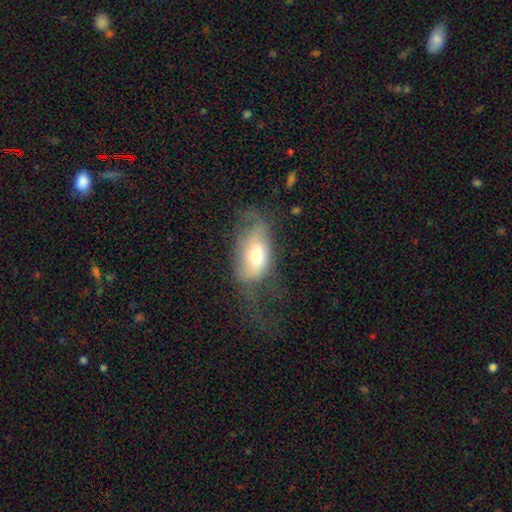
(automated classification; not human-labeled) A smooth galaxy with no disk features (61%) that is in between round and cigar-shaped (88%).

Vote fractions:
- Smooth or featured? smooth: 61% / featured or disk: 30% / star or artifact: 9%
- How rounded? in between: 88% / round: 8% / cigar-shaped: 4%
- Merging? major disturbance: 40% / none: 30% / minor disturbance: 27% / merger: 3%